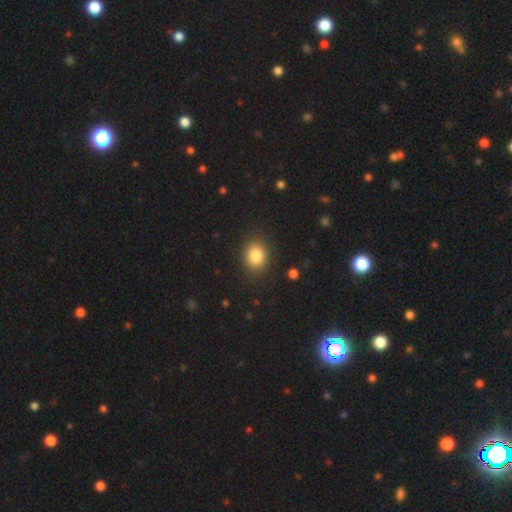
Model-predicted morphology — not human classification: smooth-or-featured: smooth: 83% | star or artifact: 10% | featured or disk: 7%
  how-rounded: in between: 51% | round: 48% | cigar-shaped: 1%
  merging: none: 86% | minor disturbance: 9% | major disturbance: 3% | merger: 1%